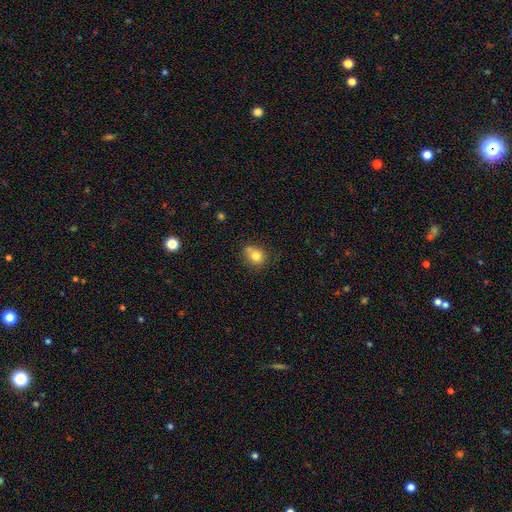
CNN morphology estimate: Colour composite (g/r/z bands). It shows a smooth galaxy with no disk features (79%) that is round (70%). Merging: none (59%).